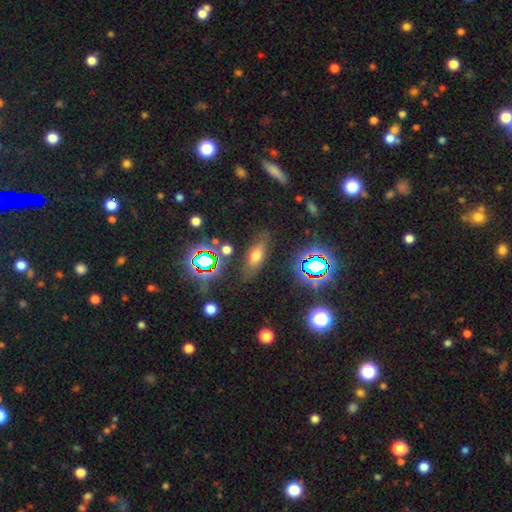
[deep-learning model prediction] Smooth or featured?
  - smooth: 53% *
  - star or artifact: 24%
  - featured or disk: 23%
How rounded?
  - in between: 60% *
  - cigar-shaped: 32%
  - round: 8%
Merging?
  - none: 79% *
  - minor disturbance: 13%
  - major disturbance: 5%
  - merger: 4%